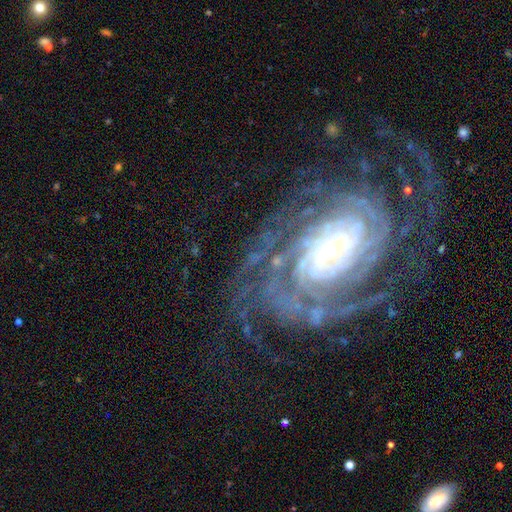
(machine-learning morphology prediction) Smooth or featured?
  - featured or disk: 90% *
  - star or artifact: 6%
  - smooth: 4%
Edge-on disk?
  - no: 96% *
  - yes: 4%
Bar?
  - no: 40% *
  - weak: 33%
  - strong: 27%
Spiral arms?
  - yes: 98% *
  - no: 2%
Spiral winding?
  - tight: 75% *
  - medium: 20%
  - loose: 4%
Spiral arm count?
  - can't tell: 23% *
  - 4: 20%
  - more than 4: 18%
  - 2: 16%
  - 3: 14%
  - 1: 8%
Bulge size?
  - small: 70% *
  - moderate: 21%
  - large: 6%
  - none: 2%
  - dominant: 2%
Merging?
  - none: 72% *
  - minor disturbance: 15%
  - major disturbance: 12%
  - merger: 2%